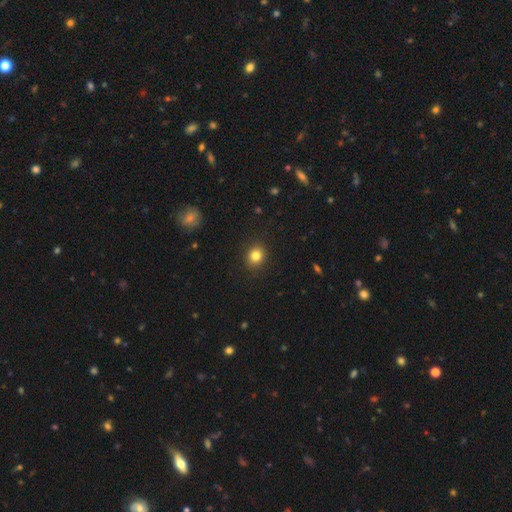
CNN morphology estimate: smooth_or_featured: smooth (p=0.83) [alt: star or artifact p=0.11]
how_rounded: round (p=0.75) [alt: in between p=0.24]
merging: none (p=0.90) [alt: minor disturbance p=0.07]